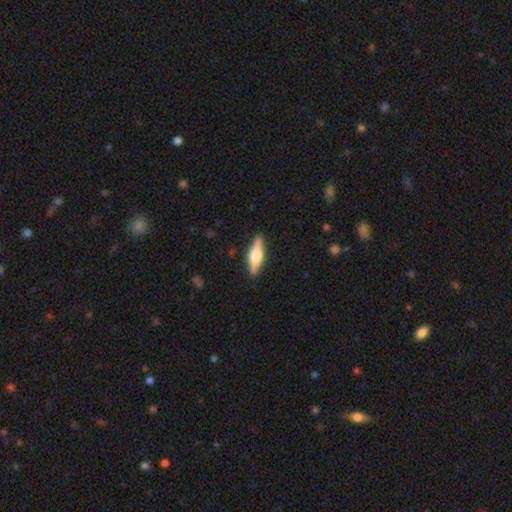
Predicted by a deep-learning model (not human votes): Smooth or featured: featured or disk — 55% (smooth — 40%)
Edge-on disk: yes — 95% (no — 5%)
Edge-on bulge: rounded — 92% (boxy — 6%)
Merging: none — 89% (minor disturbance — 8%)